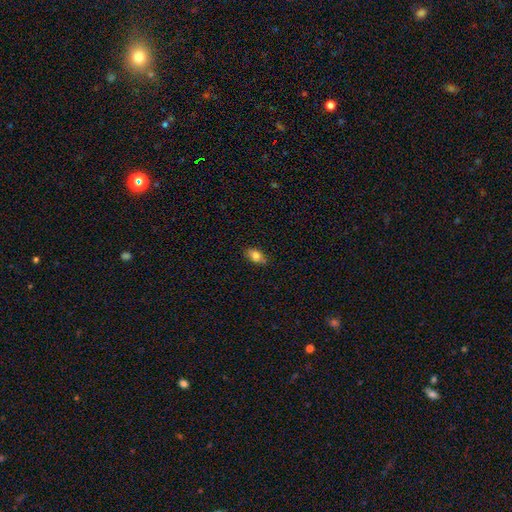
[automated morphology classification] Smooth or featured? smooth (80%)
How rounded? in between (87%)
Merging? none (85%)